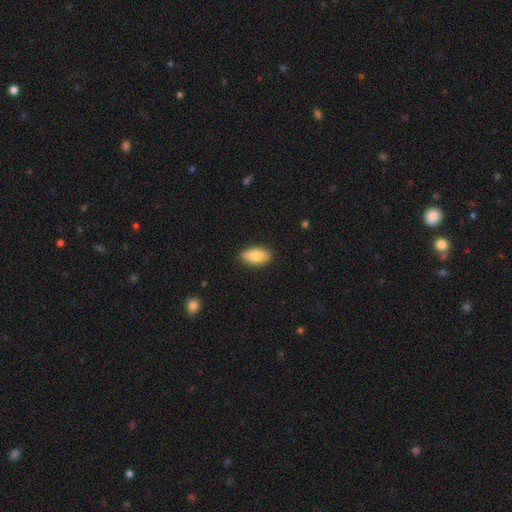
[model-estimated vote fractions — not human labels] Smooth or featured? Predicted: smooth (p=0.82). How rounded? Predicted: in between (p=0.90). Merging? Predicted: none (p=0.89).